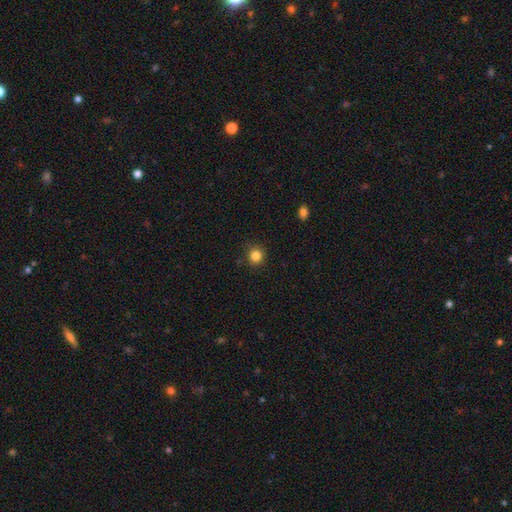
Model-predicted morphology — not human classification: Smooth or featured?
  - smooth: 84% *
  - star or artifact: 12%
  - featured or disk: 4%
How rounded?
  - round: 92% *
  - in between: 7%
  - cigar-shaped: 1%
Merging?
  - none: 88% *
  - minor disturbance: 8%
  - major disturbance: 2%
  - merger: 1%